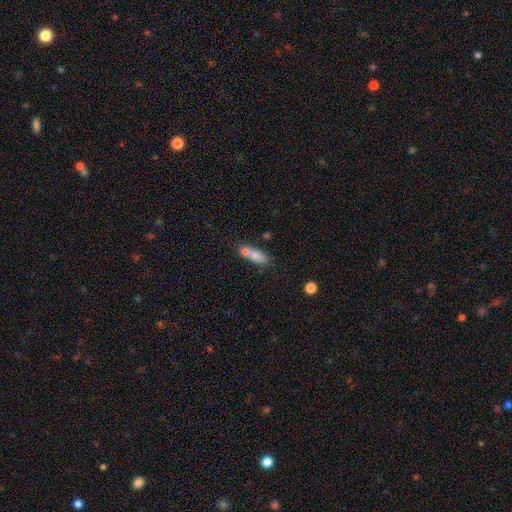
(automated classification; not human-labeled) A smooth galaxy with no disk features (76%) that is in between round and cigar-shaped (65%).

Vote fractions:
- Smooth or featured? smooth: 76% / featured or disk: 15% / star or artifact: 9%
- How rounded? in between: 65% / cigar-shaped: 30% / round: 6%
- Merging? merger: 41% / none: 40% / minor disturbance: 14% / major disturbance: 5%